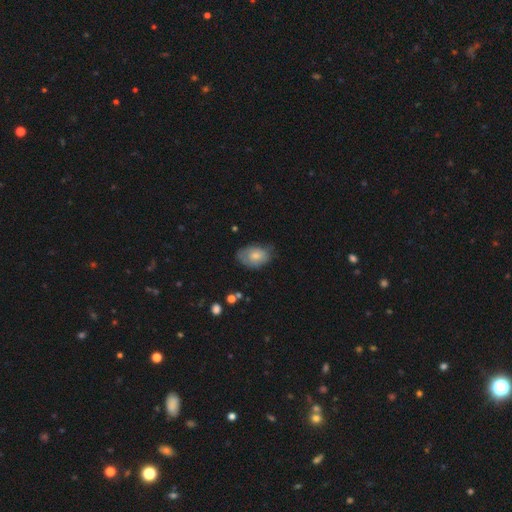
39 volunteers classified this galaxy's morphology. Smooth or featured? smooth (69%)
How rounded? in between (85%)
Merging? none (67%)